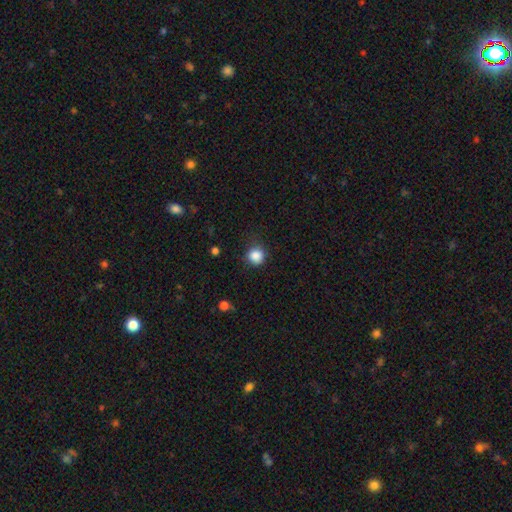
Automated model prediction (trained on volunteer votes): This is clearly a smooth galaxy (86%). How rounded: clearly round (88%). Merging: likely none (75%).